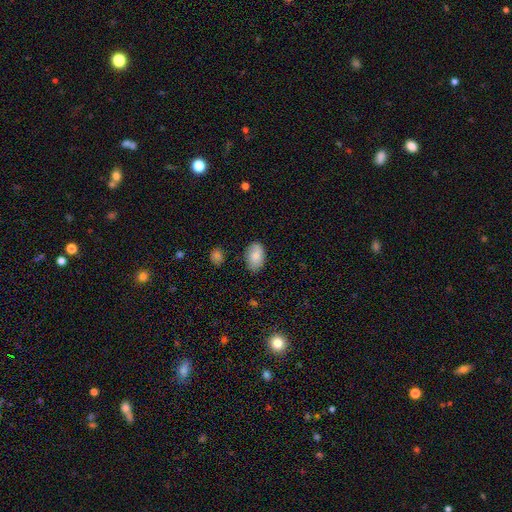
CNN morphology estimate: Overall: smooth (84%). How rounded: in between (91%). Merging: none (78%).